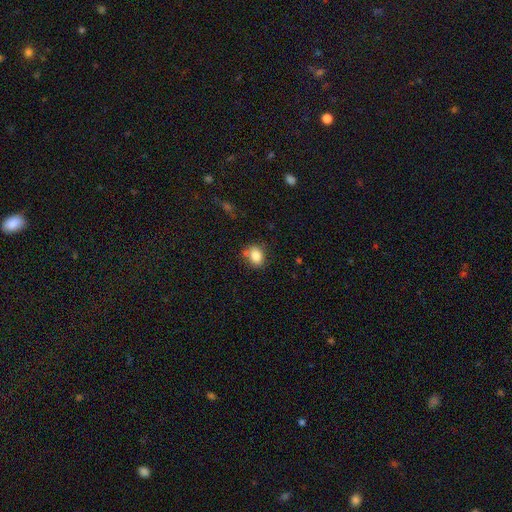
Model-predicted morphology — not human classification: smooth_or_featured: smooth (p=0.84) [alt: star or artifact p=0.10]
how_rounded: round (p=0.50) [alt: in between p=0.49]
merging: none (p=0.69) [alt: minor disturbance p=0.20]